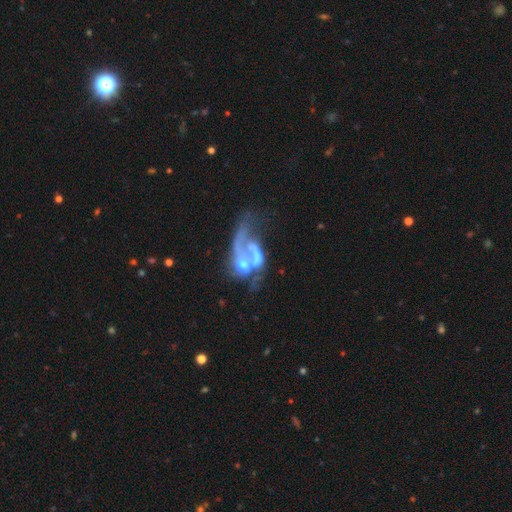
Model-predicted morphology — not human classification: smooth_or_featured: featured or disk (p=0.66) [alt: smooth p=0.24]
disk_edge_on: no (p=0.96) [alt: yes p=0.04]
bar: no (p=0.74) [alt: weak p=0.19]
has_spiral_arms: yes (p=0.53) [alt: no p=0.47]
bulge_size: moderate (p=0.47) [alt: large p=0.19]
merging: merger (p=0.49) [alt: major disturbance p=0.31]